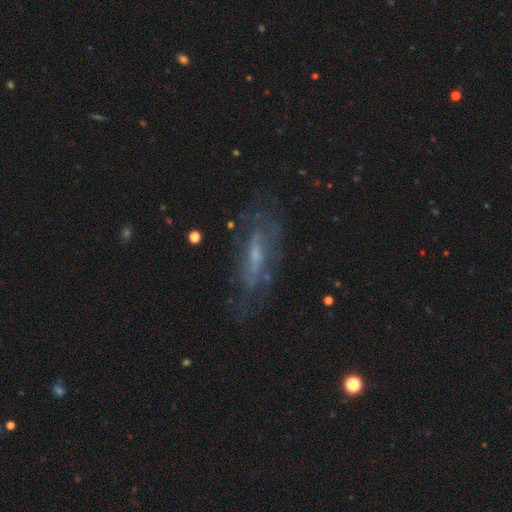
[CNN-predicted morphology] smooth_or_featured: featured or disk (p=0.67) [alt: smooth p=0.23]
disk_edge_on: no (p=0.79) [alt: yes p=0.21]
bar: no (p=0.46) [alt: weak p=0.39]
has_spiral_arms: yes (p=0.64) [alt: no p=0.36]
bulge_size: small (p=0.53) [alt: moderate p=0.32]
merging: none (p=0.65) [alt: minor disturbance p=0.20]